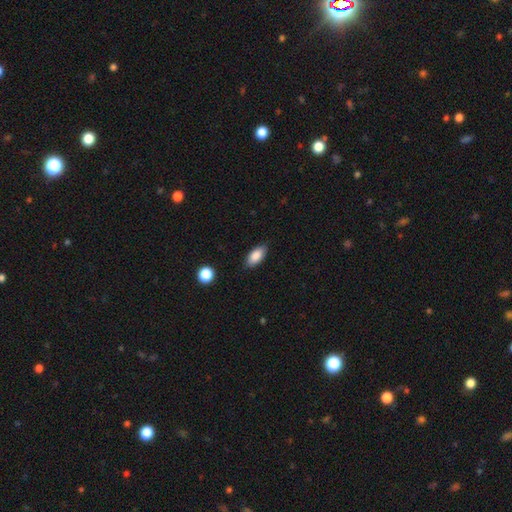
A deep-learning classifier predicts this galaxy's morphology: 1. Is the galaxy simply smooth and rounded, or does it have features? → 86% smooth, 7% star or artifact, 7% featured or disk.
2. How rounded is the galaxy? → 90% in between, 7% cigar-shaped, 3% round.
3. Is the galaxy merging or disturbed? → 85% none, 11% minor disturbance, 2% major disturbance, 1% merger.